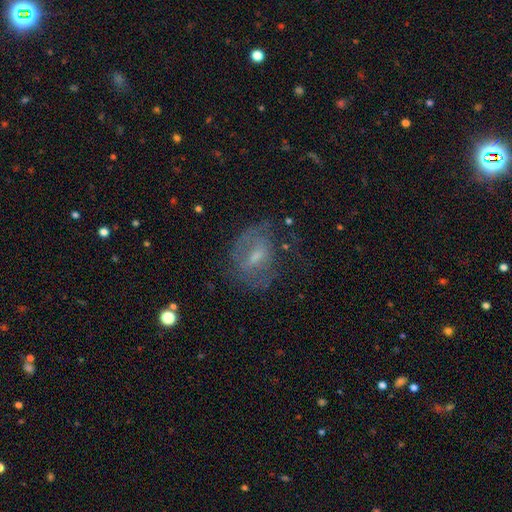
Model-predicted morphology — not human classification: A featured or disk galaxy (58%) with a weak bar (52%), spiral arms (59%) and a moderate central bulge (41%, tied with small).

Vote fractions:
- Smooth or featured? featured or disk: 58% / smooth: 30% / star or artifact: 12%
- Edge-on disk? no: 94% / yes: 6%
- Bar? weak: 52% / no: 31% / strong: 17%
- Spiral arms? yes: 59% / no: 41%
- Bulge size? moderate: 41% (tied) / small: 41% (tied) / none: 13% / large: 4% / dominant: 1%
- Merging? none: 53% / minor disturbance: 23% / major disturbance: 21% / merger: 2%